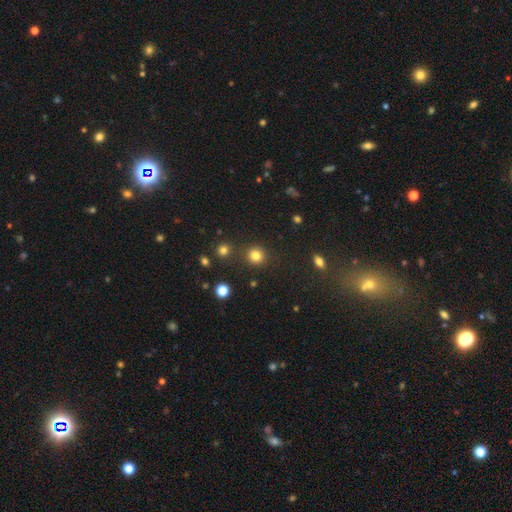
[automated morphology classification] This is clearly a smooth galaxy (82%). How rounded: clearly round (91%). Merging: clearly none (87%).